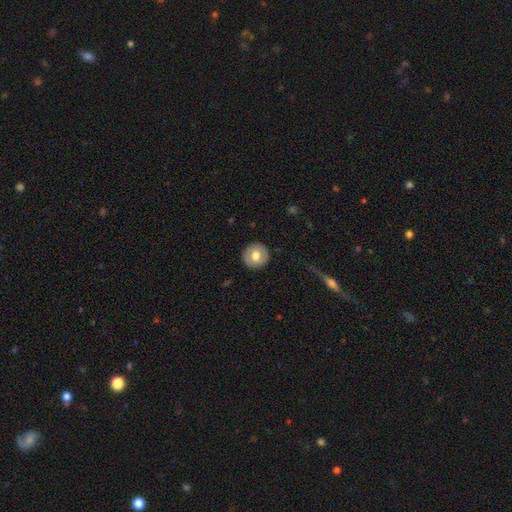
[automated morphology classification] smooth-or-featured: smooth: 69% | featured or disk: 24% | star or artifact: 7%
  how-rounded: round: 94% | in between: 5% | cigar-shaped: 1%
  merging: none: 90% | minor disturbance: 7% | major disturbance: 2% | merger: 1%